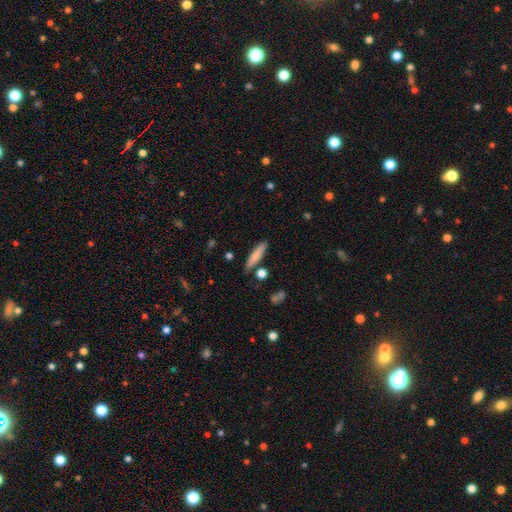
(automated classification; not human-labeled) Overall: smooth (80%). How rounded: cigar-shaped (80%). Merging: none (81%).